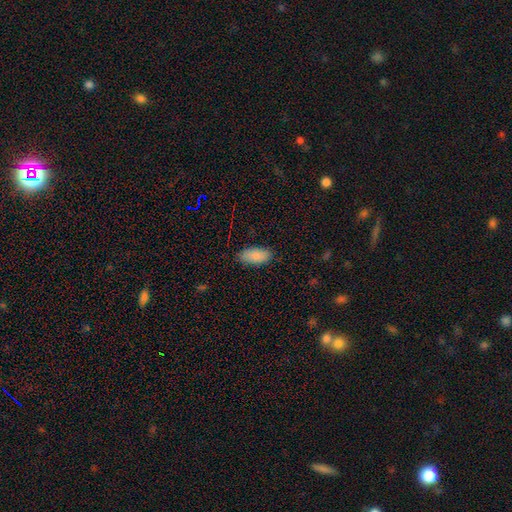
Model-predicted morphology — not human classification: smooth 88%, star or artifact 7%, featured or disk 5%. Down the decision tree: how rounded — in between (92%); merging — none (85%).